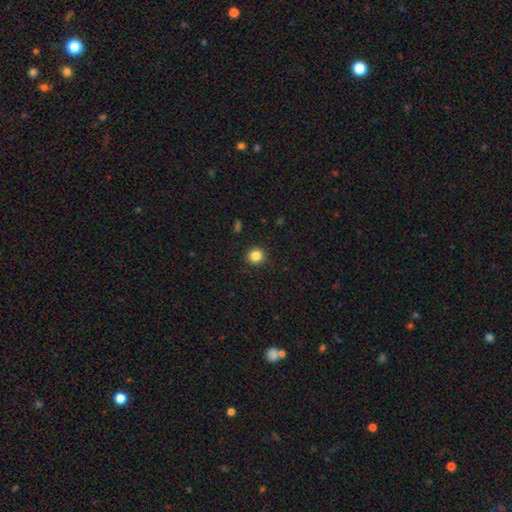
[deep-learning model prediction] The model was most divided on "smooth or featured": smooth: 84%, star or artifact: 11%, featured or disk: 4%. More confident: how rounded — round (91%); merging — none (90%).